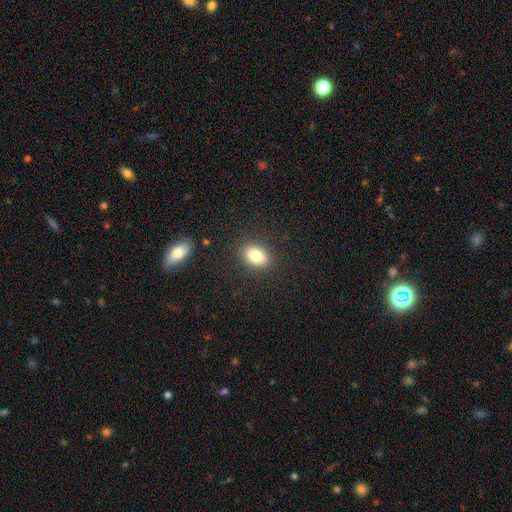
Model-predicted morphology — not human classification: Smooth or featured? Predicted: smooth (p=0.80). How rounded? Predicted: in between (p=0.65). Merging? Predicted: none (p=0.88).